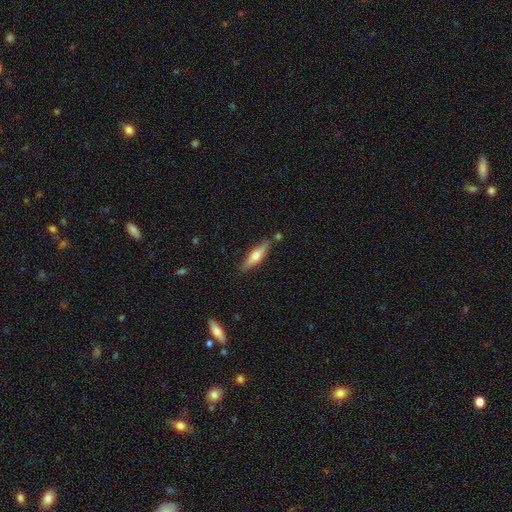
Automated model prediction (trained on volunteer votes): Smooth or featured? Predicted: smooth (p=0.55). How rounded? Predicted: cigar-shaped (p=0.69). Merging? Predicted: none (p=0.79).